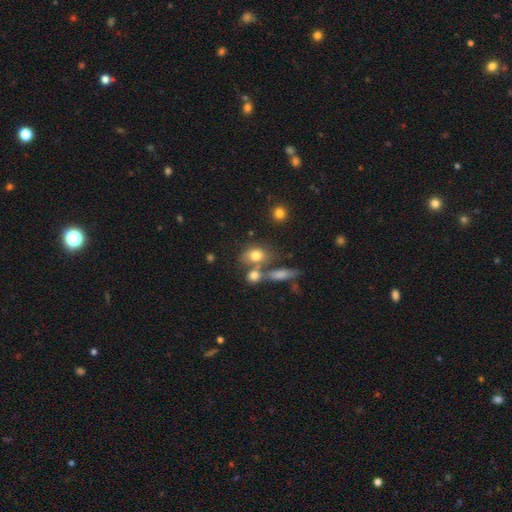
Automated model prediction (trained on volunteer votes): A smooth galaxy with no disk features (74%) that is in between round and cigar-shaped (58%).

Vote fractions:
- Smooth or featured? smooth: 74% / featured or disk: 15% / star or artifact: 12%
- How rounded? in between: 58% / round: 38% / cigar-shaped: 4%
- Merging? none: 46% / merger: 34% / minor disturbance: 13% / major disturbance: 7%